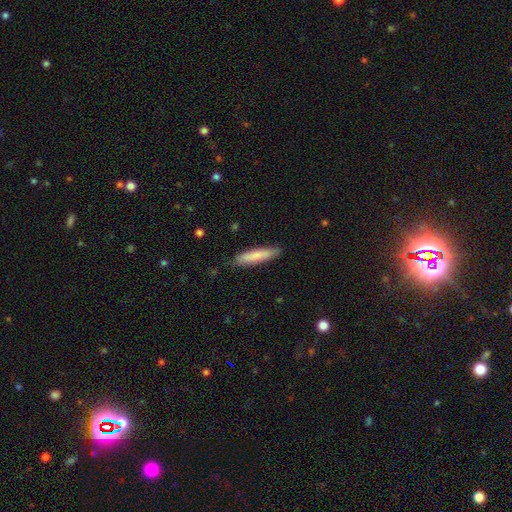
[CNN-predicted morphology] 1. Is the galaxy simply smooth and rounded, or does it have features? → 79% smooth, 16% featured or disk, 5% star or artifact.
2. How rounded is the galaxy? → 88% cigar-shaped, 11% in between, 1% round.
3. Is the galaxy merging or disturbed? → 85% none, 12% minor disturbance, 2% major disturbance, 1% merger.